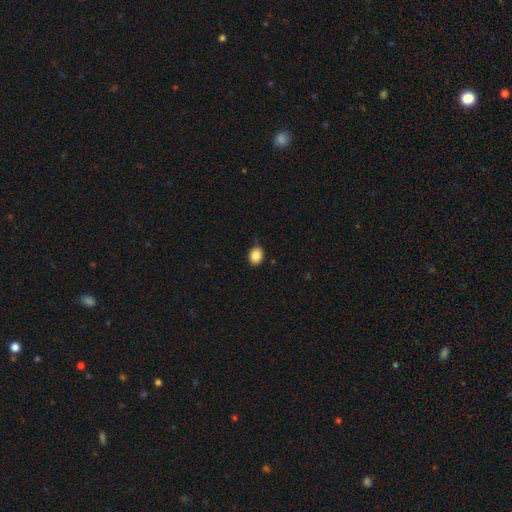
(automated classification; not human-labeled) Morphology: type=smooth (85%); roundness=round (55%); merging=none (81%).